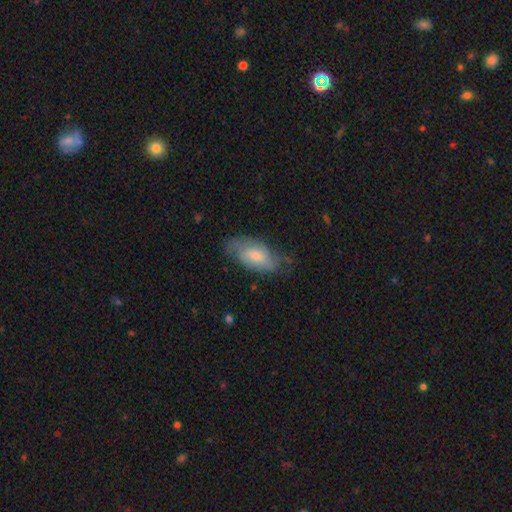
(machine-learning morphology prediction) Q: Smooth or featured?
A: smooth (53%); runner-up: featured or disk (41%)
Q: How rounded?
A: in between (91%); runner-up: cigar-shaped (6%)
Q: Merging?
A: none (61%); runner-up: minor disturbance (28%)